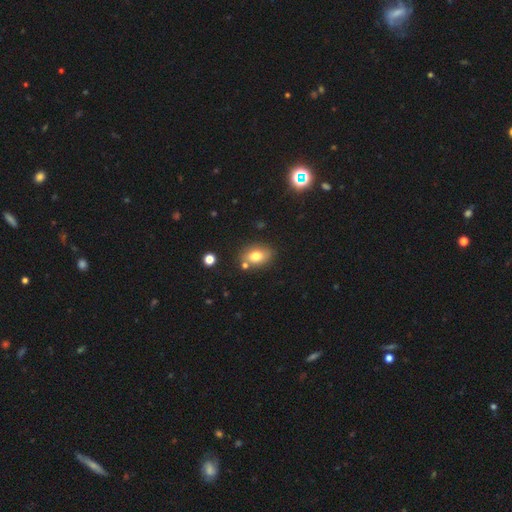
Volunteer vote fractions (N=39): smooth-or-featured: smooth: 85% | featured or disk: 10% | star or artifact: 5%
  how-rounded: in between: 82% | round: 18% | cigar-shaped: 0%
  merging: none: 73% | merger: 16% | minor disturbance: 5% | major disturbance: 5%